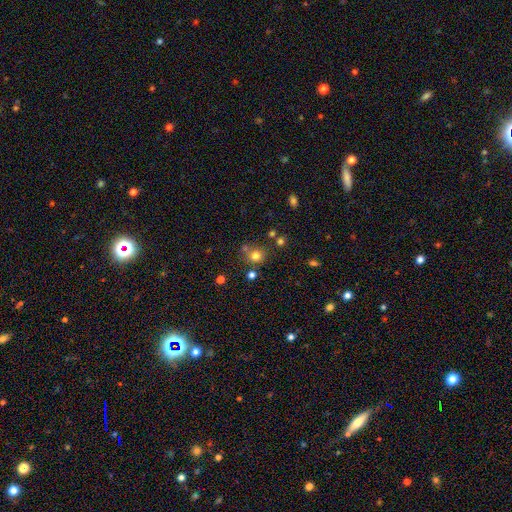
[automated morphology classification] Q: Smooth or featured?
A: smooth (76%); runner-up: star or artifact (16%)
Q: How rounded?
A: round (85%); runner-up: in between (14%)
Q: Merging?
A: none (70%); runner-up: merger (15%)